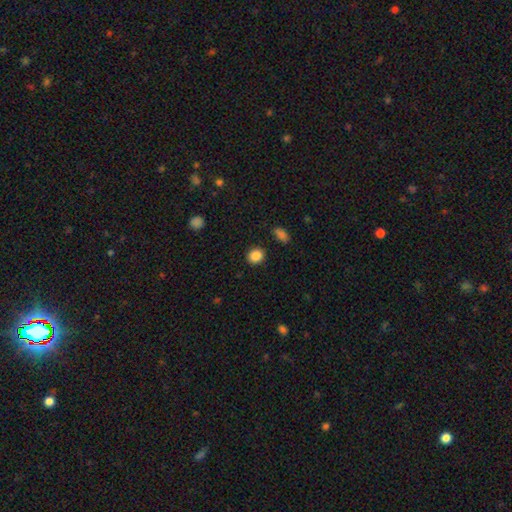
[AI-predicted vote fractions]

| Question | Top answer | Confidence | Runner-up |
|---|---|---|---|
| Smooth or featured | smooth | 87% | star or artifact (9%) |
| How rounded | round | 77% | in between (22%) |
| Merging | none | 90% | minor disturbance (6%) |